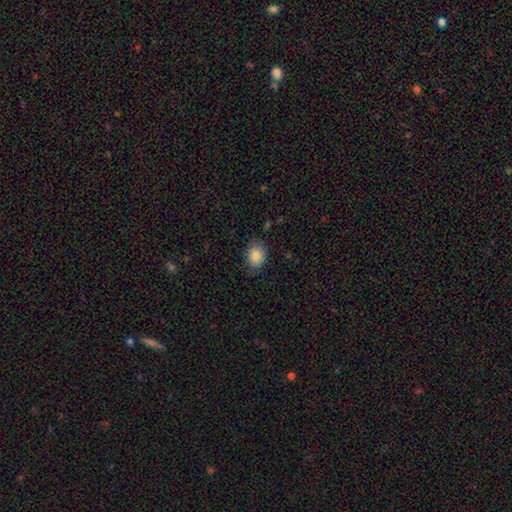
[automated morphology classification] This appears to be a smooth galaxy with no disk features (85%) that is in between round and cigar-shaped (58%). Merging: none (83%).